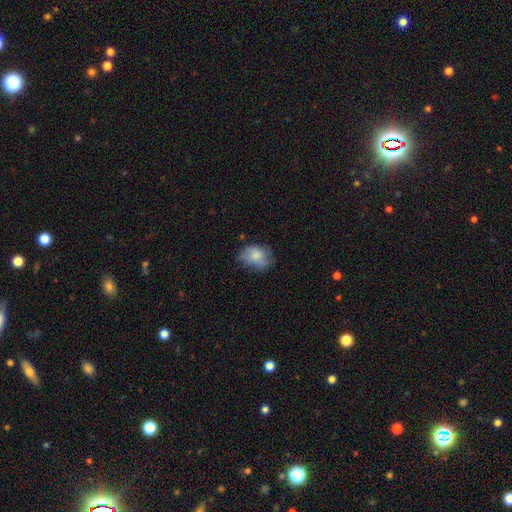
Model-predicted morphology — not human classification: smooth_or_featured: smooth (p=0.73) [alt: featured or disk p=0.19]
how_rounded: in between (p=0.63) [alt: round p=0.36]
merging: none (p=0.60) [alt: minor disturbance p=0.28]